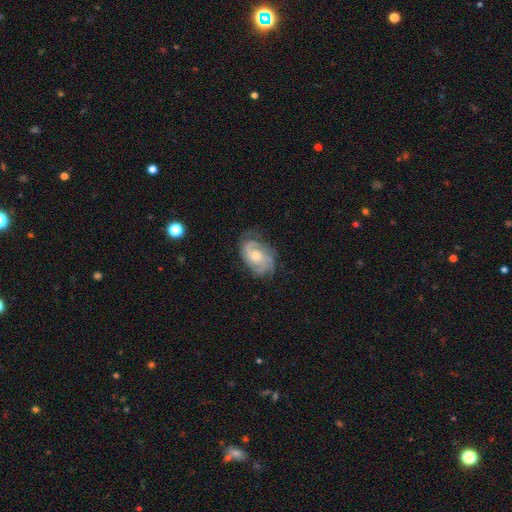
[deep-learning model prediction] Smooth or featured: featured or disk — 80% (smooth — 14%)
Edge-on disk: no — 97% (yes — 3%)
Bar: no — 70% (weak — 26%)
Spiral arms: yes — 94% (no — 6%)
Spiral winding: tight — 54% (medium — 36%)
Spiral arm count: 2 — 34% (can't tell — 30%)
Bulge size: moderate — 55% (small — 38%)
Merging: none — 68% (minor disturbance — 22%)